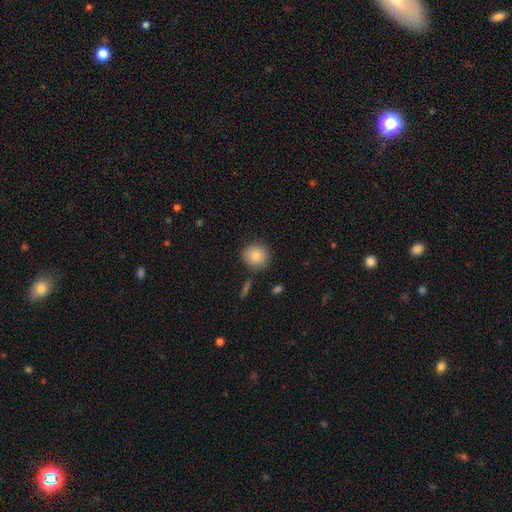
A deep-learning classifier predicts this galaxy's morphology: Smooth or featured: smooth — 83% (featured or disk — 9%)
How rounded: round — 90% (in between — 9%)
Merging: none — 86% (minor disturbance — 9%)